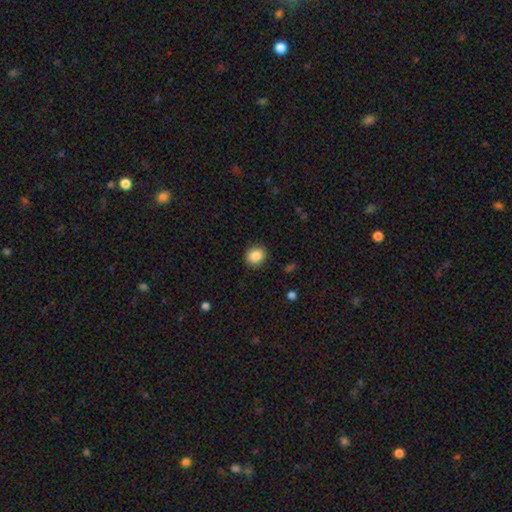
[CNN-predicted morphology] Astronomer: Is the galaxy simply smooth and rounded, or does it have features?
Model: smooth — 87%.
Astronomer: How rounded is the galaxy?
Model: round — 71%.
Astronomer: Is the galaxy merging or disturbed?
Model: none — 89%.